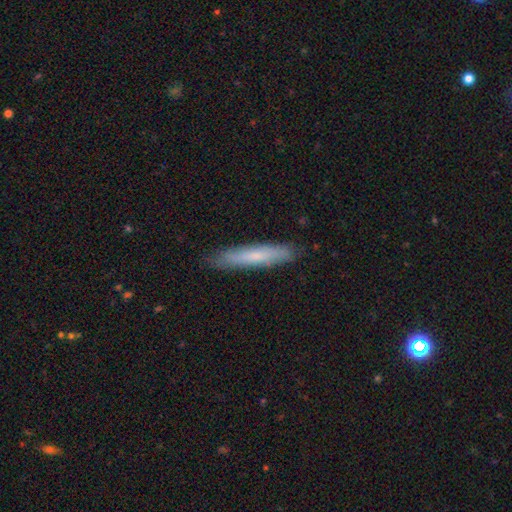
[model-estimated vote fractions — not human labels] Smooth or featured? Predicted: smooth (p=0.66). How rounded? Predicted: cigar-shaped (p=0.92). Merging? Predicted: none (p=0.86).